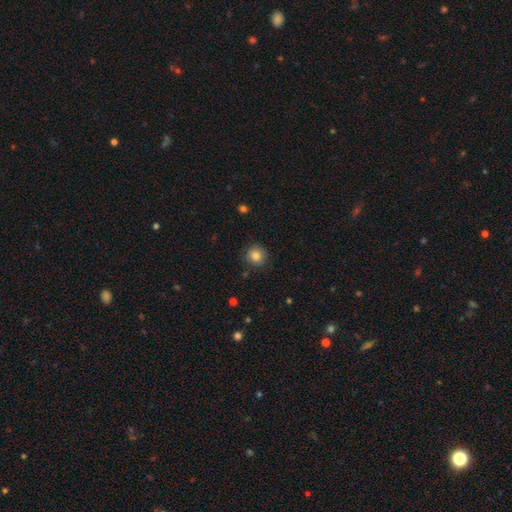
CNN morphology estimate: Smooth or featured: smooth — 84% (star or artifact — 10%)
How rounded: round — 91% (in between — 8%)
Merging: none — 87% (minor disturbance — 10%)